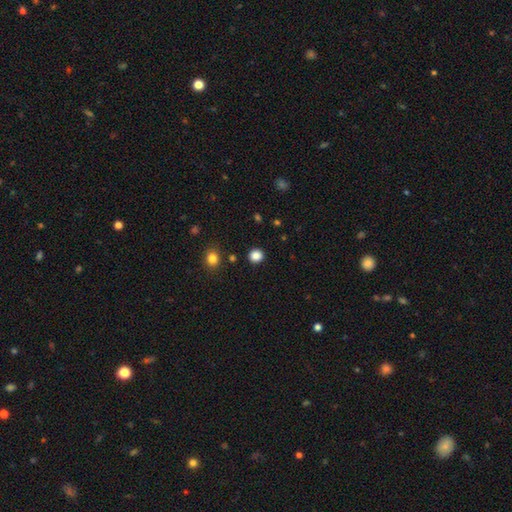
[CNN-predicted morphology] smooth_or_featured: smooth (p=0.86) [alt: star or artifact p=0.11]
how_rounded: round (p=0.89) [alt: in between p=0.10]
merging: none (p=0.90) [alt: minor disturbance p=0.06]